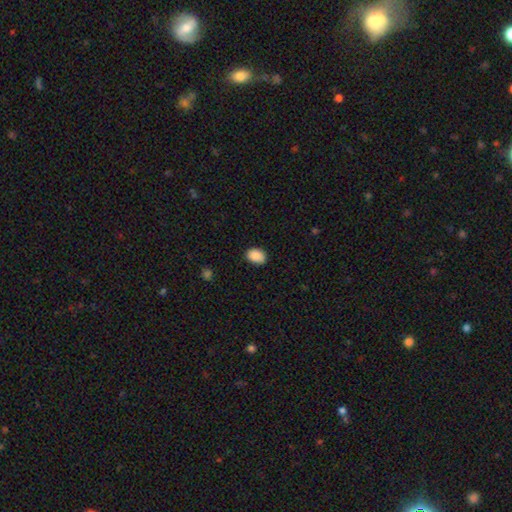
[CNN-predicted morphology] Smooth or featured? Predicted: smooth (p=0.89). How rounded? Predicted: in between (p=0.80). Merging? Predicted: none (p=0.83).